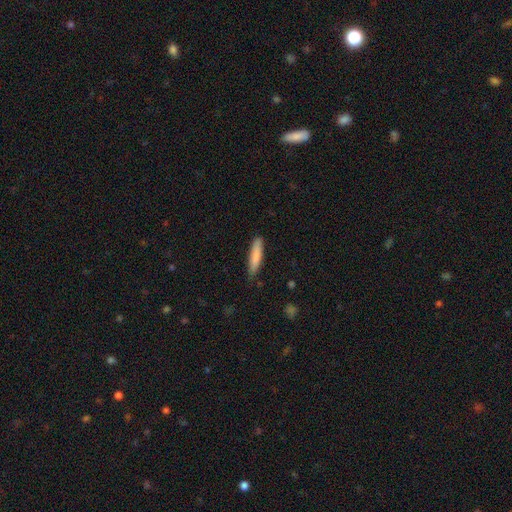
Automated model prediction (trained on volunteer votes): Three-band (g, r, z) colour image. It shows a smooth galaxy with no disk features (83%) that is cigar-shaped (83%). Merging: none (84%).